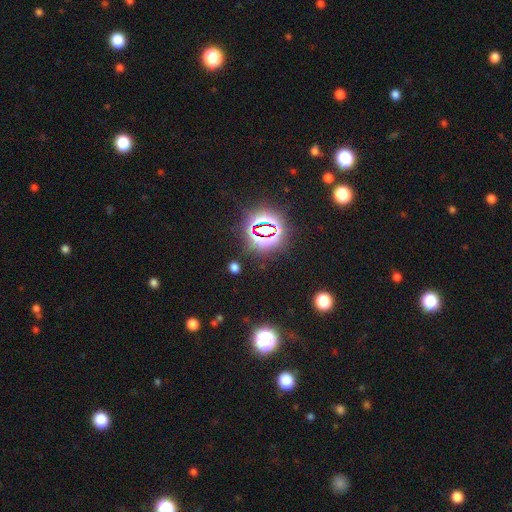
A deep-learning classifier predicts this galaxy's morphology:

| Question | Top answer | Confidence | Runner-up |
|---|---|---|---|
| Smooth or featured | star or artifact | 82% | smooth (11%) |